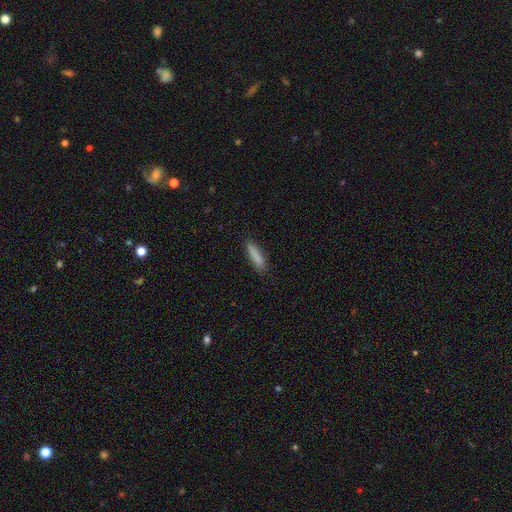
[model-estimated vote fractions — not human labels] A smooth galaxy with no disk features (86%) that is cigar-shaped (79%).

Vote fractions:
- Smooth or featured? smooth: 86% / featured or disk: 7% / star or artifact: 7%
- How rounded? cigar-shaped: 79% / in between: 20% / round: 1%
- Merging? none: 86% / minor disturbance: 10% / major disturbance: 2% / merger: 1%